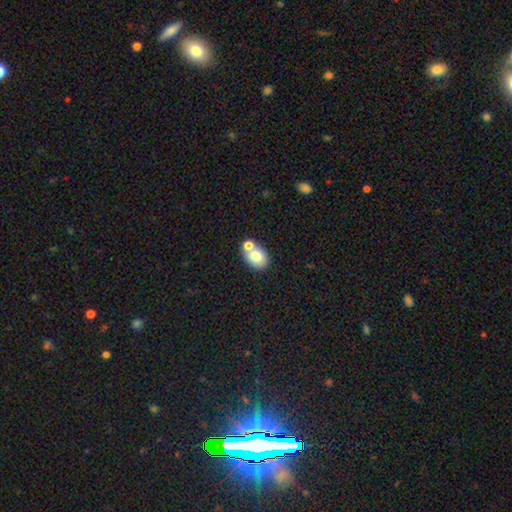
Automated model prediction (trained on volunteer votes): This appears to be a smooth galaxy with no disk features (75%) that is in between round and cigar-shaped (64%). Merging: none (50%).